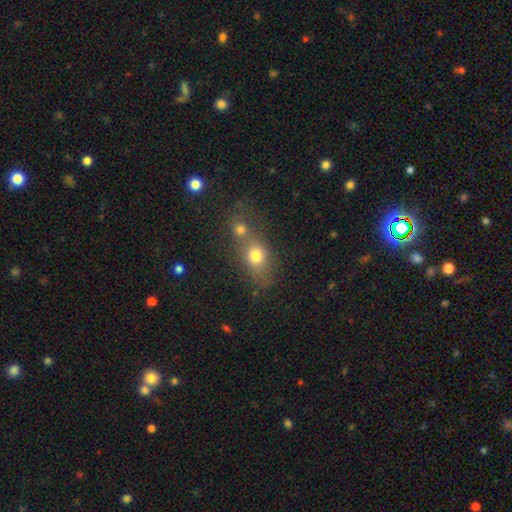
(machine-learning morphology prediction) Smooth or featured: smooth — 73% (star or artifact — 14%)
How rounded: round — 49% (in between — 47%)
Merging: merger — 47% (none — 39%)